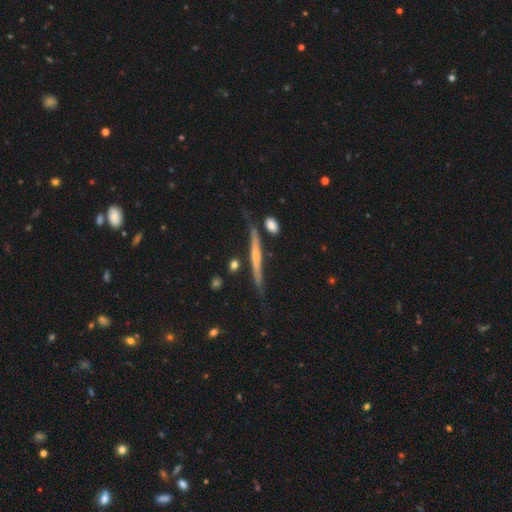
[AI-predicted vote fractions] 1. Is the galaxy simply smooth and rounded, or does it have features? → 72% featured or disk, 22% smooth, 6% star or artifact.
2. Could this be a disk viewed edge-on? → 96% yes, 4% no.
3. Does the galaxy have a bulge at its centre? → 55% rounded, 35% none, 10% boxy.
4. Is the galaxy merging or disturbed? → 74% none, 17% minor disturbance, 5% merger, 4% major disturbance.